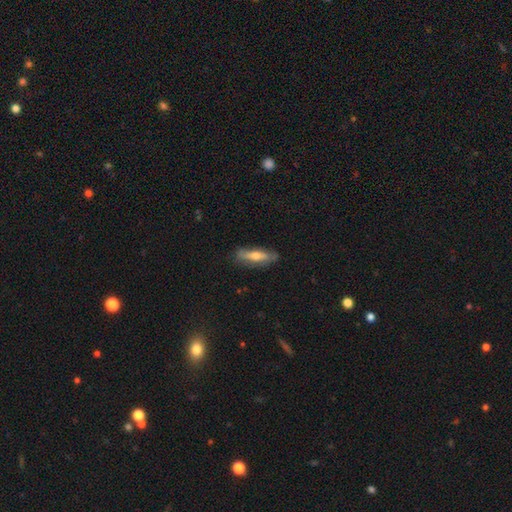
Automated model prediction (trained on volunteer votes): smooth_or_featured: featured or disk (p=0.49) [alt: smooth p=0.43]
merging: none (p=0.81) [alt: minor disturbance p=0.15]